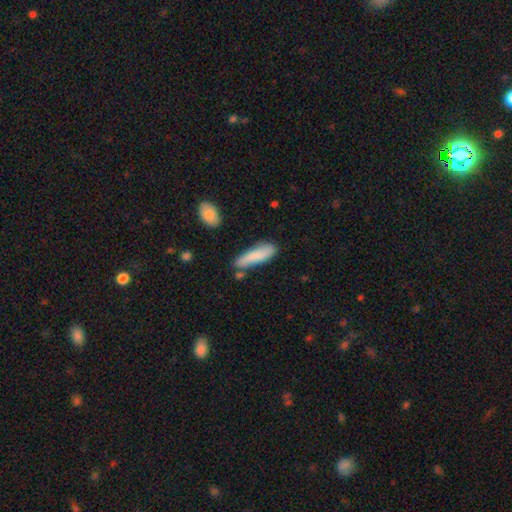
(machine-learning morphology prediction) type=smooth (81%); roundness=cigar-shaped (65%); merging=none (69%).